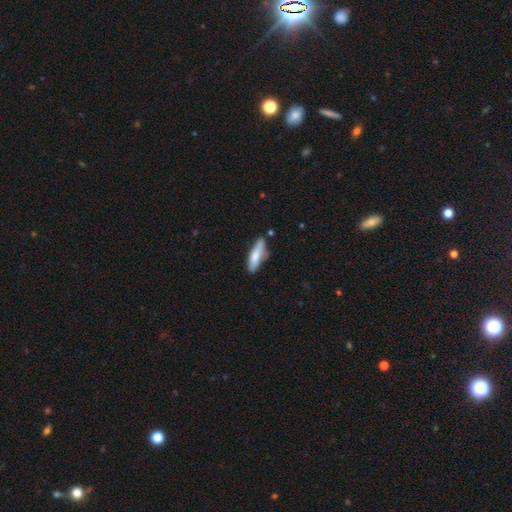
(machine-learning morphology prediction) Smooth or featured: smooth — 76% (featured or disk — 18%)
How rounded: cigar-shaped — 53% (in between — 45%)
Merging: none — 69% (minor disturbance — 22%)